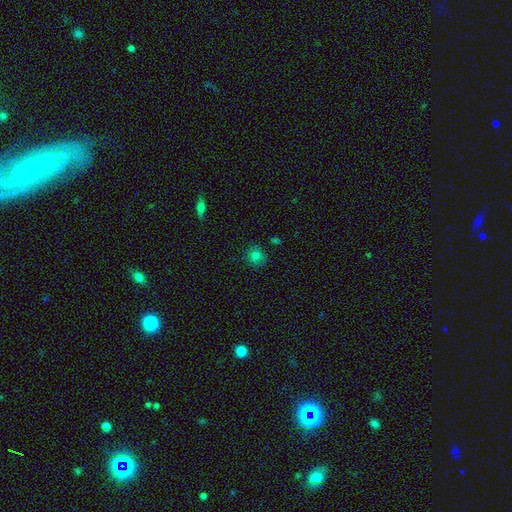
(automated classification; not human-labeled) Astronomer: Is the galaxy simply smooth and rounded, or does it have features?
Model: smooth — 77%.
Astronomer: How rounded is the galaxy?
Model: round — 87%.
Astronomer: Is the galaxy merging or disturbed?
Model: none — 85%.